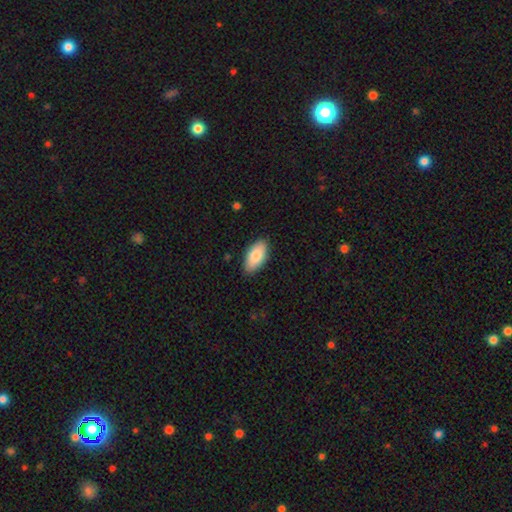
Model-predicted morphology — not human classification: Smooth or featured? smooth (83%)
How rounded? in between (94%)
Merging? none (88%)